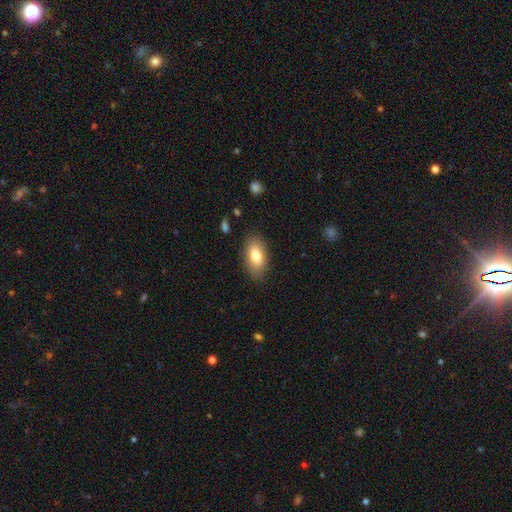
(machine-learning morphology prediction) smooth_or_featured: smooth (p=0.77) [alt: featured or disk p=0.16]
how_rounded: in between (p=0.90) [alt: round p=0.05]
merging: none (p=0.84) [alt: minor disturbance p=0.11]